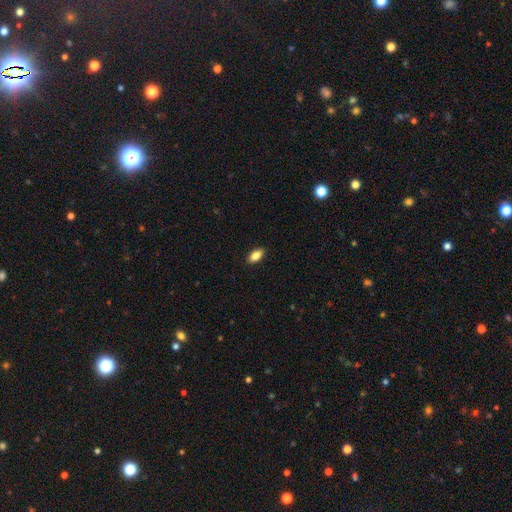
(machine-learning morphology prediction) This is clearly a smooth galaxy (85%). How rounded: clearly in between (90%). Merging: clearly none (89%).